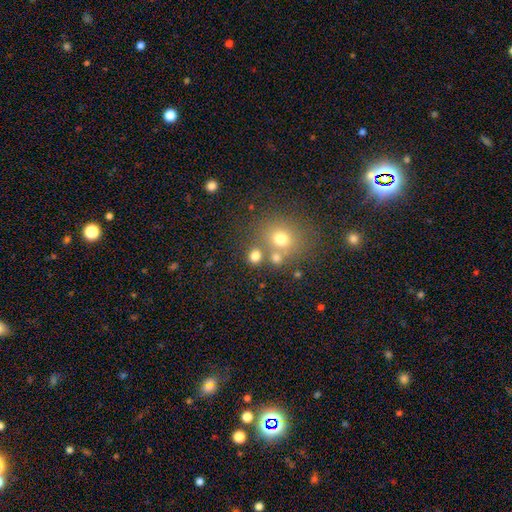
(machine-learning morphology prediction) Q: Smooth or featured?
A: smooth (68%); runner-up: star or artifact (20%)
Q: How rounded?
A: round (80%); runner-up: in between (19%)
Q: Merging?
A: none (63%); runner-up: merger (23%)